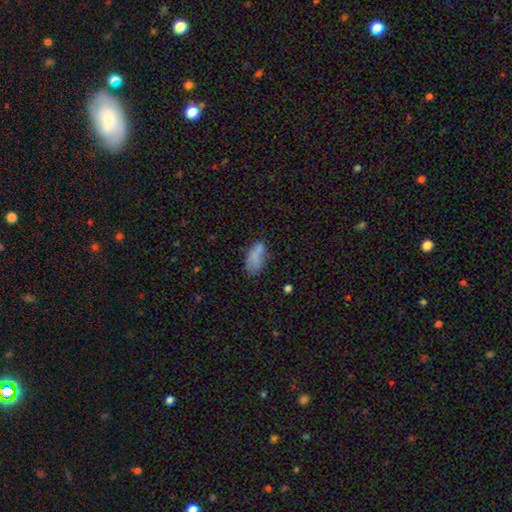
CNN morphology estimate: This appears to be a smooth galaxy with no disk features (73%) that is in between round and cigar-shaped (90%). Merging: none (46%).